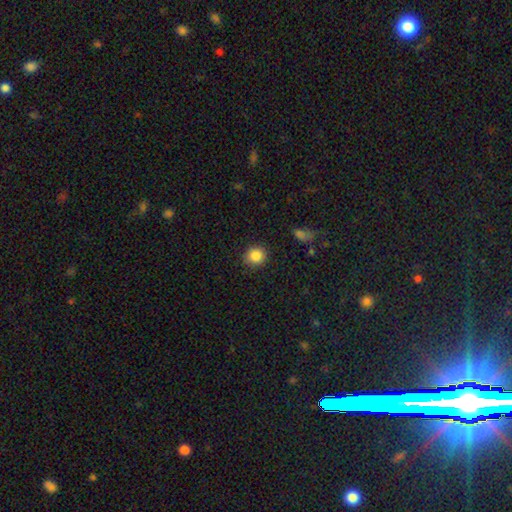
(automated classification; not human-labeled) smooth 86%, star or artifact 10%, featured or disk 4%. Down the decision tree: how rounded — round (88%); merging — none (87%).